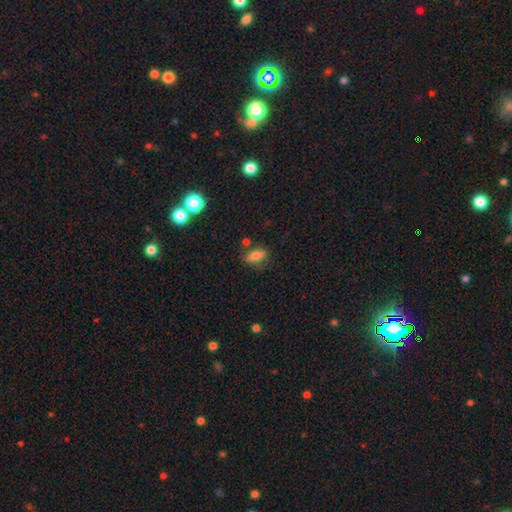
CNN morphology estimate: Smooth or featured?
  - smooth: 76% *
  - featured or disk: 13%
  - star or artifact: 11%
How rounded?
  - in between: 80% *
  - round: 10%
  - cigar-shaped: 9%
Merging?
  - none: 70% *
  - minor disturbance: 17%
  - merger: 8%
  - major disturbance: 5%